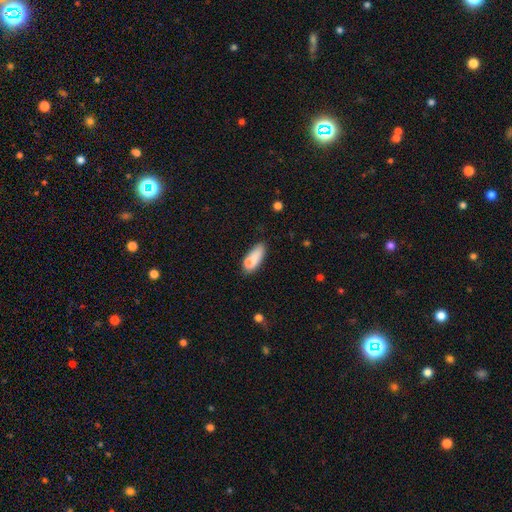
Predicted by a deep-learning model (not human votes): Smooth or featured? Predicted: smooth (p=0.79). How rounded? Predicted: in between (p=0.76). Merging? Predicted: none (p=0.51).